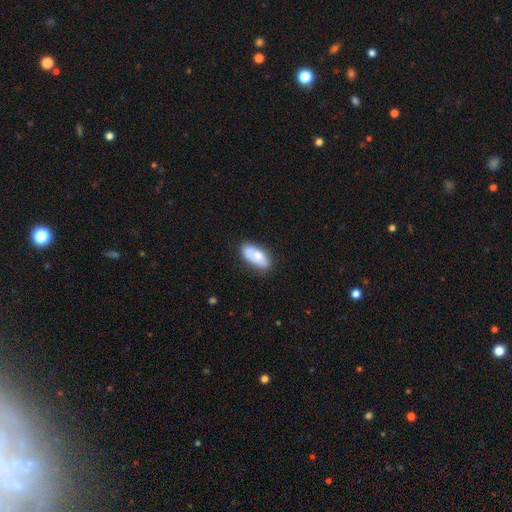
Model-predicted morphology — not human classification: smooth_or_featured: smooth (p=0.67) [alt: featured or disk p=0.26]
how_rounded: in between (p=0.90) [alt: cigar-shaped p=0.06]
merging: none (p=0.56) [alt: minor disturbance p=0.21]